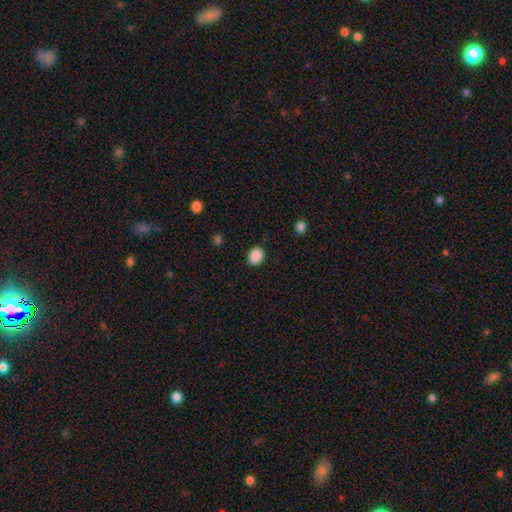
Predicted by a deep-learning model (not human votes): Morphology: type=smooth (89%); roundness=round (52%); merging=none (88%).